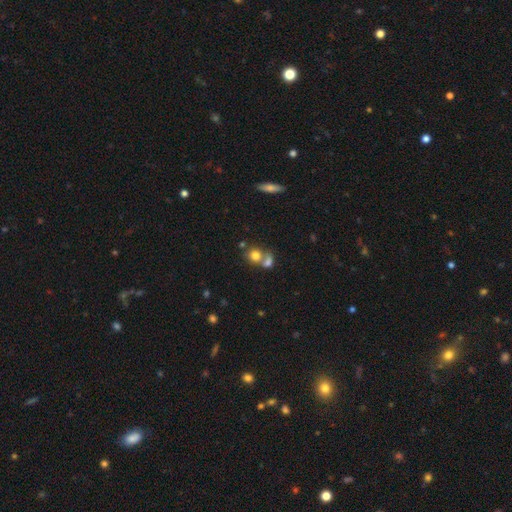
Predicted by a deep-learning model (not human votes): This is likely a smooth galaxy (75%). How rounded: likely round (75%). Merging: possibly merger (51%).